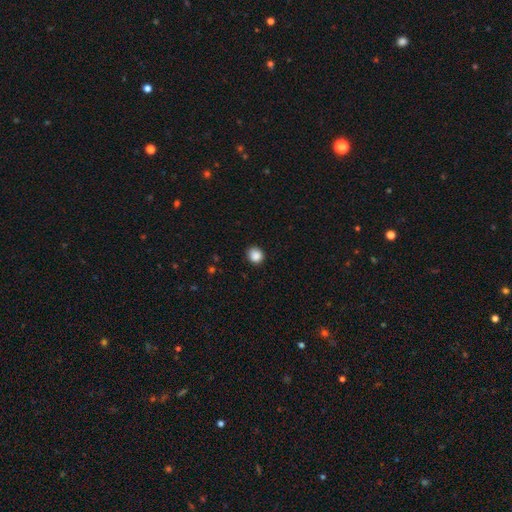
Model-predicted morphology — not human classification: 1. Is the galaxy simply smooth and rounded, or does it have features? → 88% smooth, 10% star or artifact, 3% featured or disk.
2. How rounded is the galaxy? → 81% round, 18% in between, 1% cigar-shaped.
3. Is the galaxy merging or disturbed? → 89% none, 8% minor disturbance, 2% major disturbance, 1% merger.